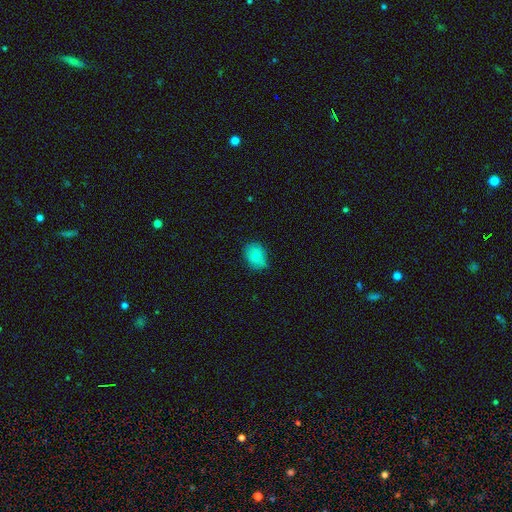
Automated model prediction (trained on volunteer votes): This is likely a smooth galaxy (78%). How rounded: likely in between (61%). Merging: likely none (67%).